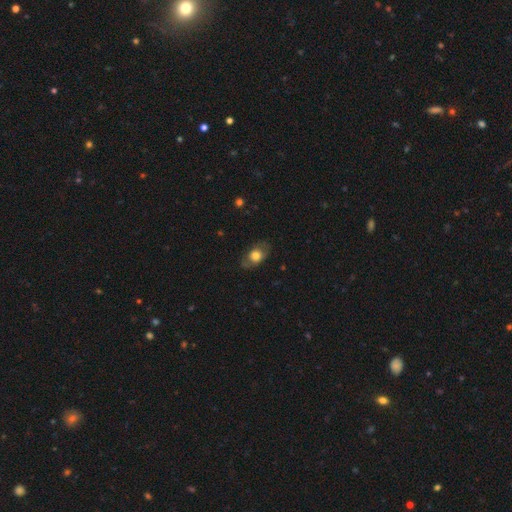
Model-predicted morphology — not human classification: A smooth galaxy with no disk features (65%) that is in between round and cigar-shaped (79%). Merging: none (73%).